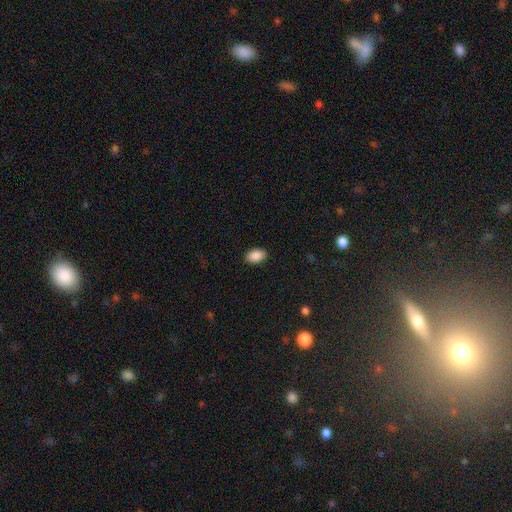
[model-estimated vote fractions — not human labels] Smooth or featured?
  - smooth: 89% *
  - star or artifact: 7%
  - featured or disk: 3%
How rounded?
  - in between: 91% *
  - round: 8%
  - cigar-shaped: 1%
Merging?
  - none: 89% *
  - minor disturbance: 8%
  - major disturbance: 2%
  - merger: 1%